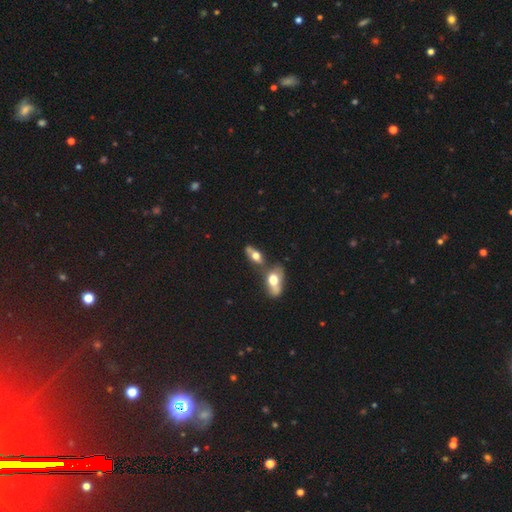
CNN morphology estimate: Smooth or featured?
  - smooth: 58% *
  - featured or disk: 32%
  - star or artifact: 10%
How rounded?
  - in between: 79% *
  - round: 12%
  - cigar-shaped: 9%
Merging?
  - merger: 49% *
  - none: 32%
  - minor disturbance: 12%
  - major disturbance: 8%